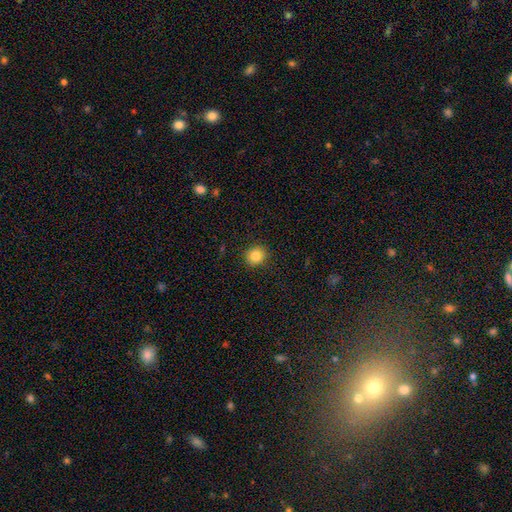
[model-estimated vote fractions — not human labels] Smooth or featured?
  - smooth: 85% *
  - star or artifact: 10%
  - featured or disk: 5%
How rounded?
  - round: 85% *
  - in between: 14%
  - cigar-shaped: 1%
Merging?
  - none: 90% *
  - minor disturbance: 7%
  - major disturbance: 2%
  - merger: 1%